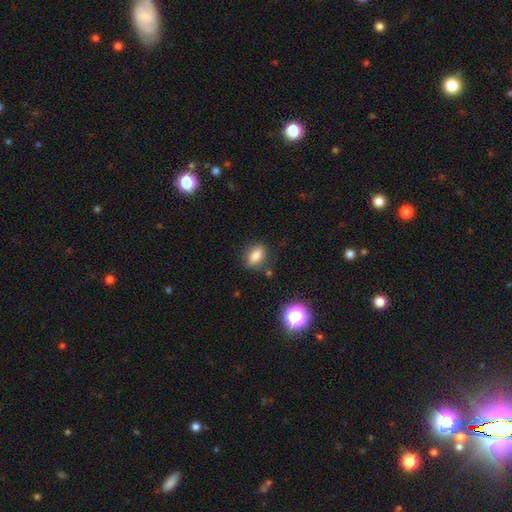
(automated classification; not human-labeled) smooth 79%, featured or disk 11%, star or artifact 10%. Down the decision tree: how rounded — in between (76%); merging — none (80%).